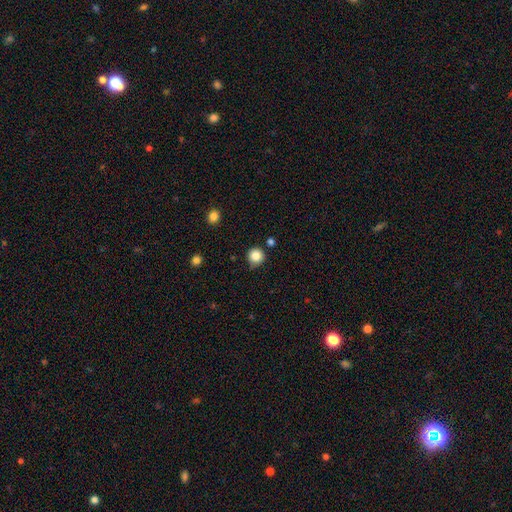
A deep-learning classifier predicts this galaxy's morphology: Smooth or featured: smooth — 85% (star or artifact — 11%)
How rounded: round — 94% (in between — 5%)
Merging: none — 82% (minor disturbance — 11%)